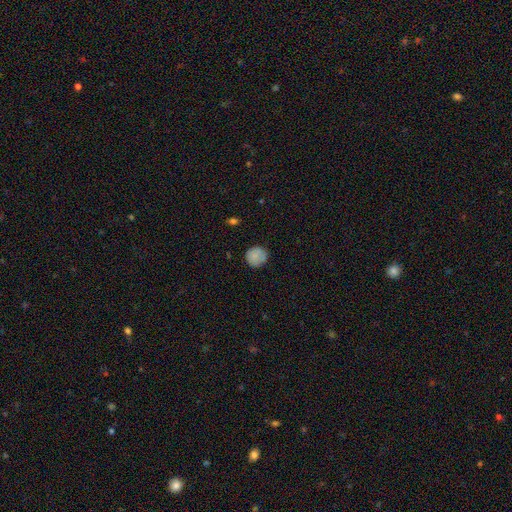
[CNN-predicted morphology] Smooth or featured?
  - smooth: 83% *
  - star or artifact: 9%
  - featured or disk: 8%
How rounded?
  - round: 90% *
  - in between: 9%
  - cigar-shaped: 1%
Merging?
  - none: 82% *
  - minor disturbance: 14%
  - major disturbance: 3%
  - merger: 1%